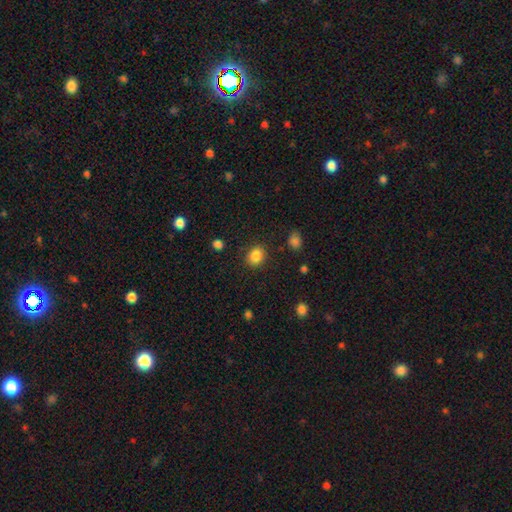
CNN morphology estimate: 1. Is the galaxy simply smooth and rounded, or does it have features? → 85% smooth, 10% star or artifact, 4% featured or disk.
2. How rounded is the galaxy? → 58% round, 41% in between, 1% cigar-shaped.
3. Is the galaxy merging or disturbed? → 86% none, 9% minor disturbance, 3% major disturbance, 2% merger.